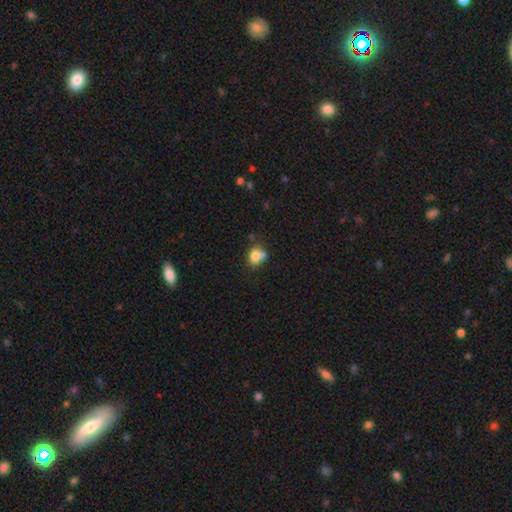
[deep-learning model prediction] Smooth or featured: smooth — 77% (featured or disk — 12%)
How rounded: round — 57% (in between — 42%)
Merging: none — 46% (merger — 35%)